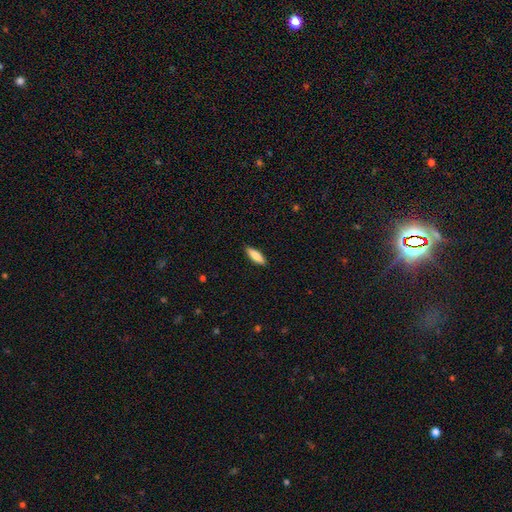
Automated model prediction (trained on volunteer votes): A smooth galaxy with no disk features (83%) that is cigar-shaped (52%). Merging: none (89%).